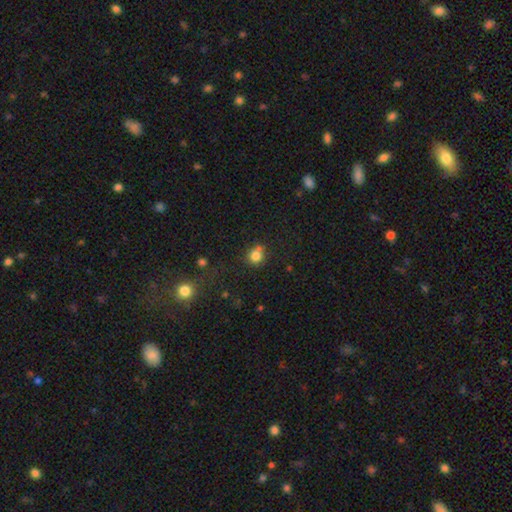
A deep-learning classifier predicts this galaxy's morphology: A smooth galaxy with no disk features (80%) that is round (83%). Merging: none (63%).